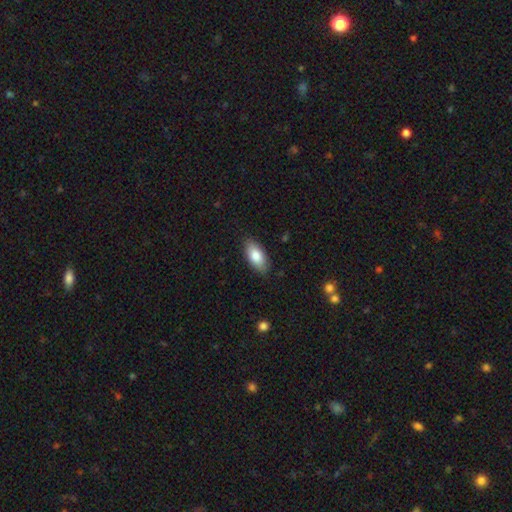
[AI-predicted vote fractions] Smooth or featured? Predicted: smooth (p=0.82). How rounded? Predicted: in between (p=0.91). Merging? Predicted: none (p=0.85).